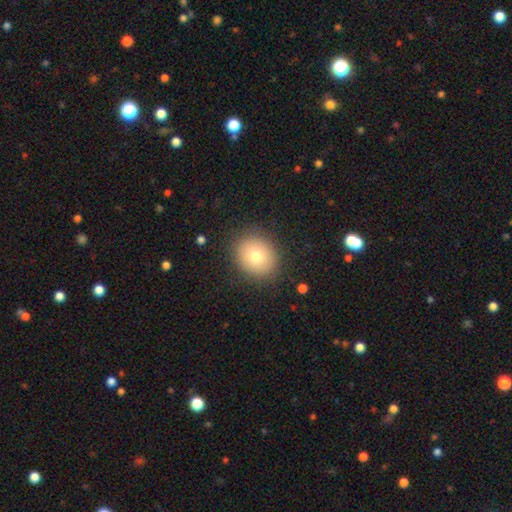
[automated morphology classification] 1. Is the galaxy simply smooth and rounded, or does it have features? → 76% smooth, 13% featured or disk, 11% star or artifact.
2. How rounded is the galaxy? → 72% round, 27% in between, 1% cigar-shaped.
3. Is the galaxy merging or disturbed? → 88% none, 8% minor disturbance, 3% major disturbance, 1% merger.